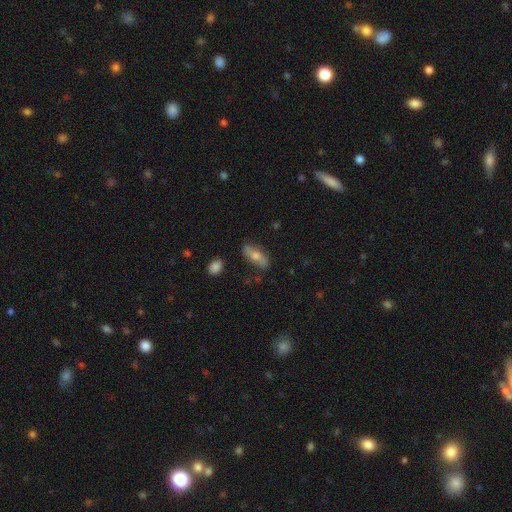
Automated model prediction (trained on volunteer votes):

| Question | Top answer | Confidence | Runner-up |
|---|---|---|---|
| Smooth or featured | smooth | 51% | featured or disk (41%) |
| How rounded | in between | 61% | cigar-shaped (35%) |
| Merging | none | 80% | minor disturbance (14%) |